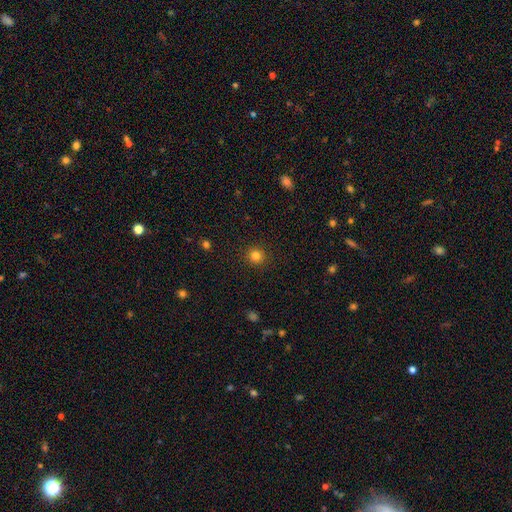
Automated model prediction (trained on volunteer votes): Overall: smooth (83%). How rounded: round (93%). Merging: none (91%).